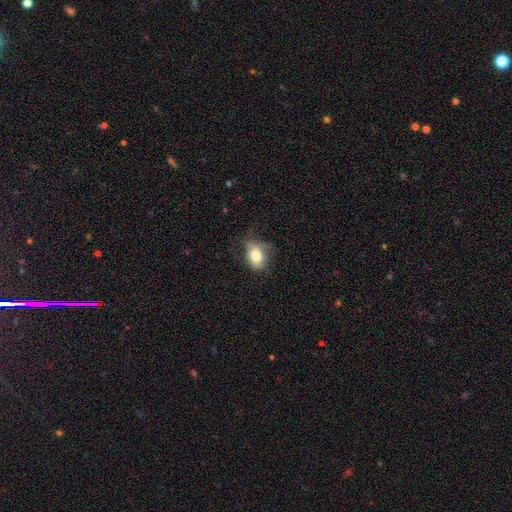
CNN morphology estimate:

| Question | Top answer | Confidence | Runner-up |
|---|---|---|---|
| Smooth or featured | smooth | 77% | featured or disk (14%) |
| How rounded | in between | 78% | round (21%) |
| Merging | none | 50% | minor disturbance (32%) |